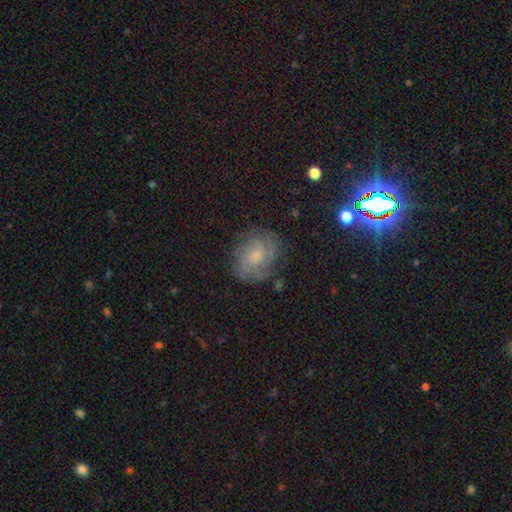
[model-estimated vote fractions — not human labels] Morphology: type=featured or disk (58%); edge-on=no (97%); bar=no (68%); spiral arms=yes (86%); bulge=small (51%); merging=none (74%).